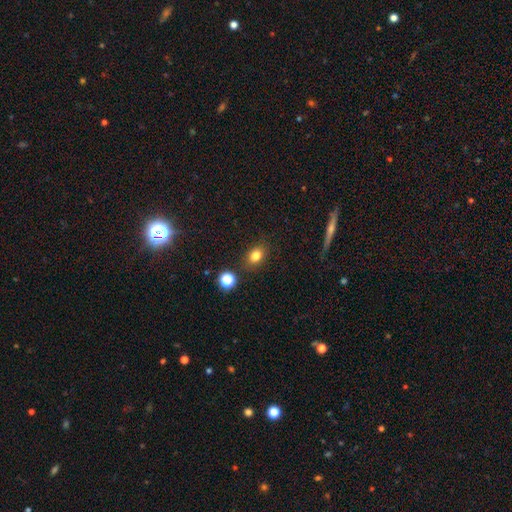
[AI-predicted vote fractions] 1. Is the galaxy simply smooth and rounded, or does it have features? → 80% smooth, 13% star or artifact, 8% featured or disk.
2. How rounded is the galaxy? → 62% in between, 37% round, 2% cigar-shaped.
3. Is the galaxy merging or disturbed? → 83% none, 10% minor disturbance, 4% merger, 3% major disturbance.